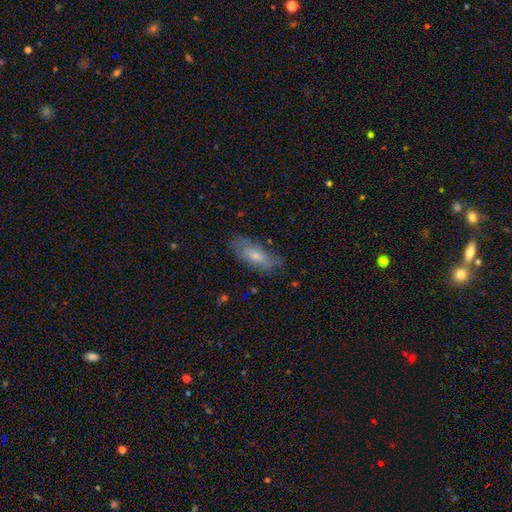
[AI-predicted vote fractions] The model was most divided on "smooth or featured": smooth: 58%, featured or disk: 35%, star or artifact: 7%. More confident: how rounded — in between (68%); merging — none (67%).